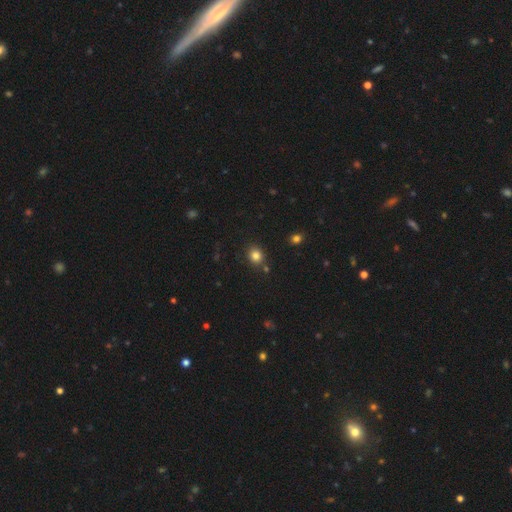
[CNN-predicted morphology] Smooth or featured?
  - smooth: 82% *
  - star or artifact: 13%
  - featured or disk: 6%
How rounded?
  - round: 73% *
  - in between: 26%
  - cigar-shaped: 1%
Merging?
  - none: 82% *
  - minor disturbance: 9%
  - merger: 6%
  - major disturbance: 3%